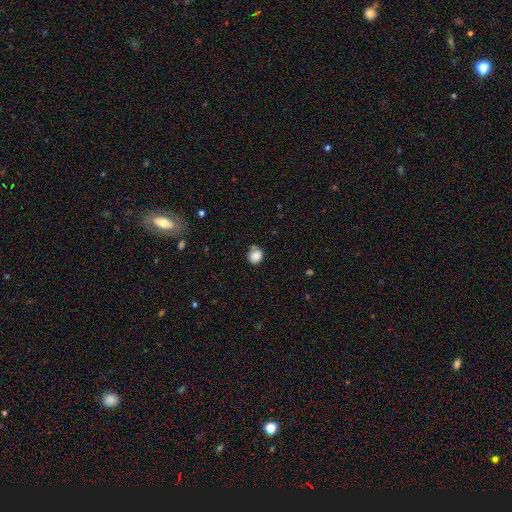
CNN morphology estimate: smooth-or-featured: smooth: 86% | star or artifact: 10% | featured or disk: 5%
  how-rounded: round: 78% | in between: 21% | cigar-shaped: 1%
  merging: none: 64% | minor disturbance: 25% | merger: 6% | major disturbance: 6%